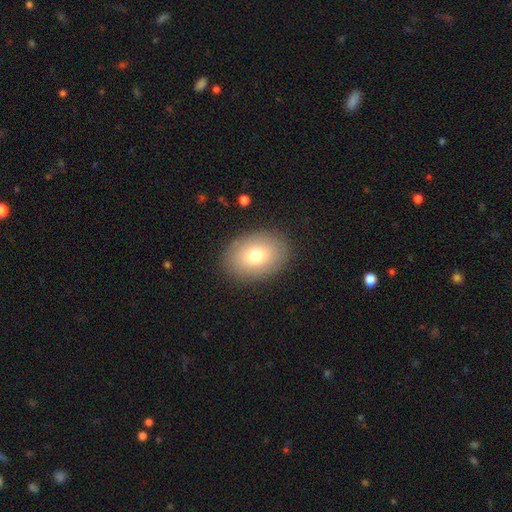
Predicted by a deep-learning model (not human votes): smooth_or_featured: smooth (p=0.75) [alt: featured or disk p=0.16]
how_rounded: in between (p=0.70) [alt: round p=0.29]
merging: none (p=0.87) [alt: minor disturbance p=0.09]